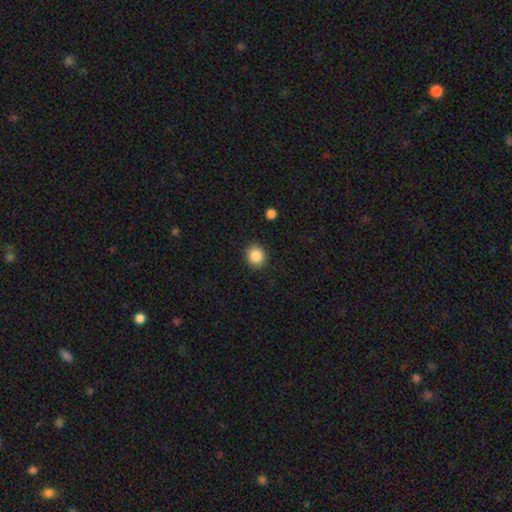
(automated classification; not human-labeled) The model was most divided on "how rounded": round: 88%, in between: 11%, cigar-shaped: 1%. More confident: merging — none (90%); smooth or featured — smooth (87%).